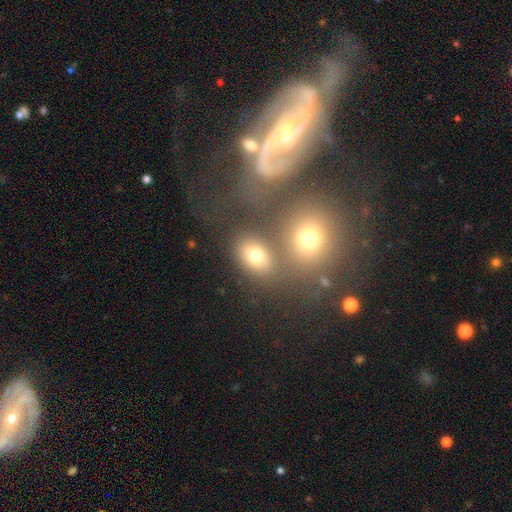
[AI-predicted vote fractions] Morphology: type=smooth (72%); roundness=in between (59%); merging=none (67%).